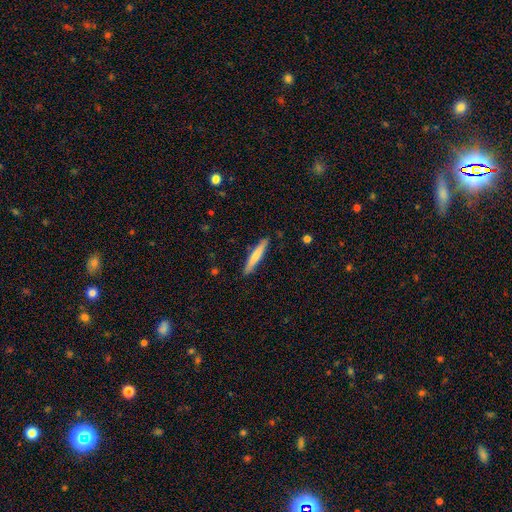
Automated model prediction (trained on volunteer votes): This is likely a smooth galaxy (69%). How rounded: clearly cigar-shaped (93%). Merging: clearly none (88%).